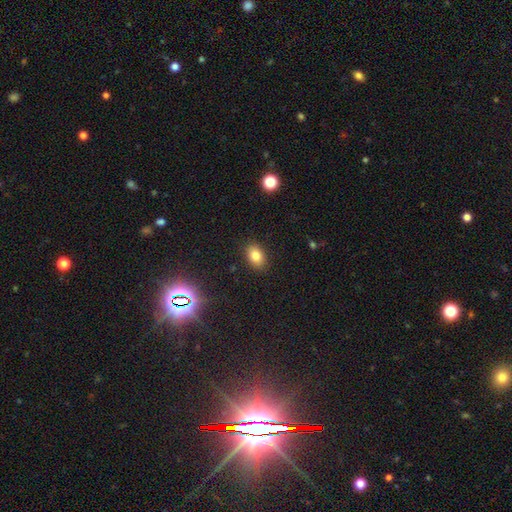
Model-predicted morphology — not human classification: A smooth galaxy with no disk features (80%) that is in between round and cigar-shaped (82%). Merging: none (88%).